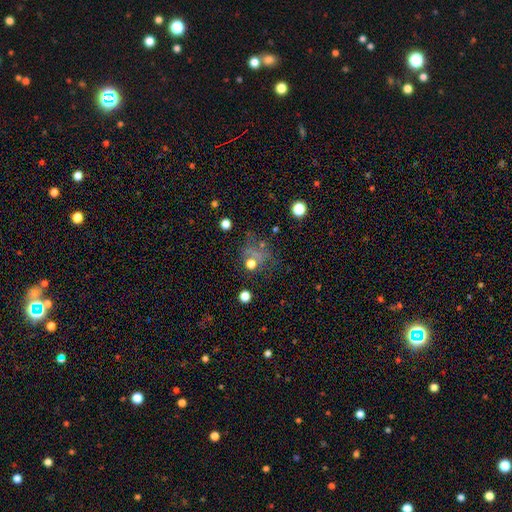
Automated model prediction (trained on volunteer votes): A smooth galaxy with no disk features (44%).

Vote fractions:
- Smooth or featured? smooth: 44% / star or artifact: 38% / featured or disk: 18%
- Merging? none: 52% / major disturbance: 21% / minor disturbance: 17% / merger: 9%